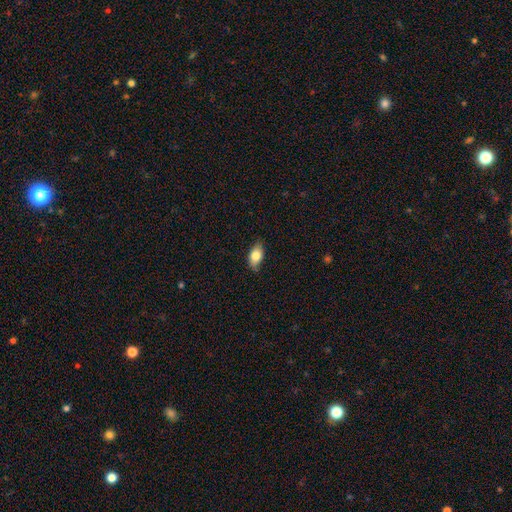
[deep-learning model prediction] Smooth or featured? Predicted: smooth (p=0.78). How rounded? Predicted: in between (p=0.88). Merging? Predicted: none (p=0.76).